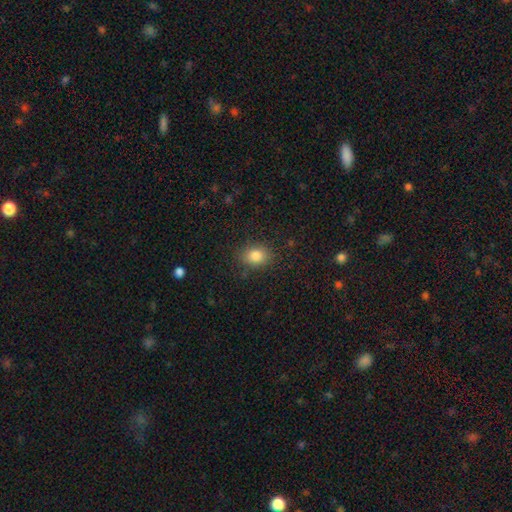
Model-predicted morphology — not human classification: smooth_or_featured: smooth (p=0.84) [alt: star or artifact p=0.11]
how_rounded: in between (p=0.54) [alt: round p=0.45]
merging: none (p=0.84) [alt: minor disturbance p=0.11]